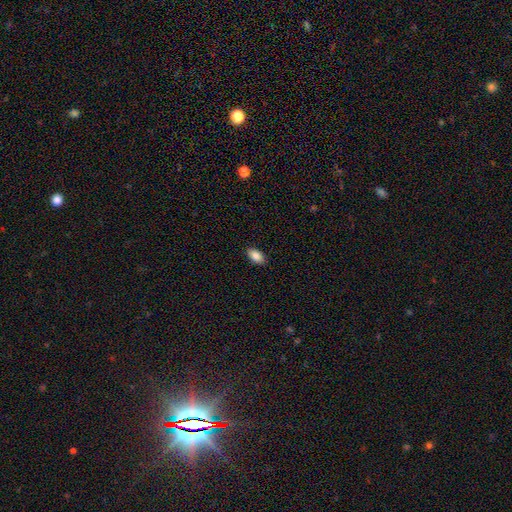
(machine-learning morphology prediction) Smooth or featured?
  - smooth: 87% *
  - star or artifact: 7%
  - featured or disk: 6%
How rounded?
  - in between: 93% *
  - round: 4%
  - cigar-shaped: 3%
Merging?
  - none: 89% *
  - minor disturbance: 8%
  - major disturbance: 2%
  - merger: 1%